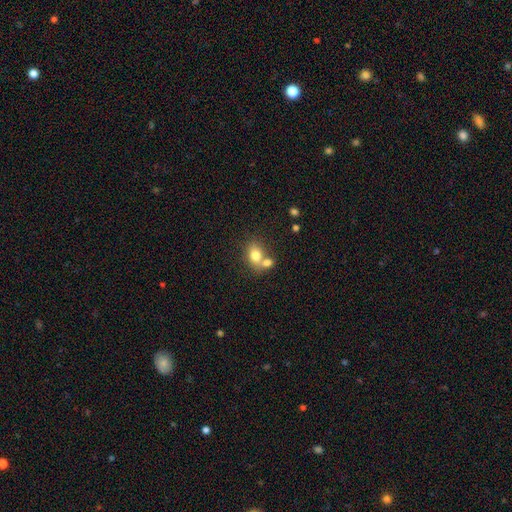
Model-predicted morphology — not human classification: Q: Smooth or featured?
A: smooth (76%); runner-up: featured or disk (14%)
Q: How rounded?
A: in between (66%); runner-up: round (32%)
Q: Merging?
A: merger (50%); runner-up: none (37%)